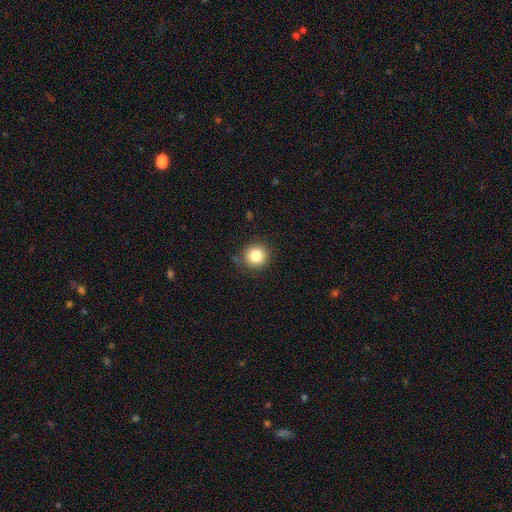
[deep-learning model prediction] smooth-or-featured: smooth: 85% | star or artifact: 10% | featured or disk: 5%
  how-rounded: round: 93% | in between: 6% | cigar-shaped: 1%
  merging: none: 83% | minor disturbance: 12% | major disturbance: 3% | merger: 2%